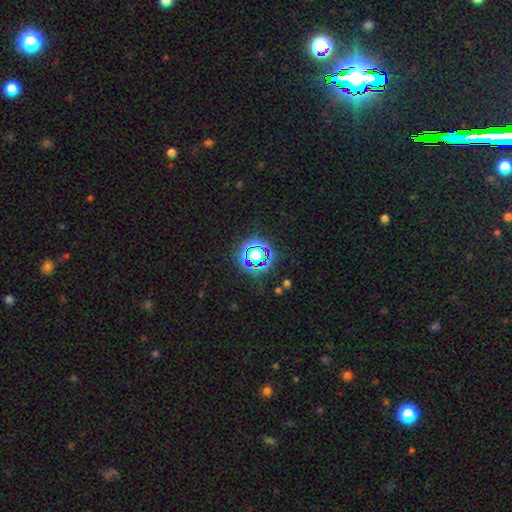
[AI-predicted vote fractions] A star or artifact, not a galaxy (67%).